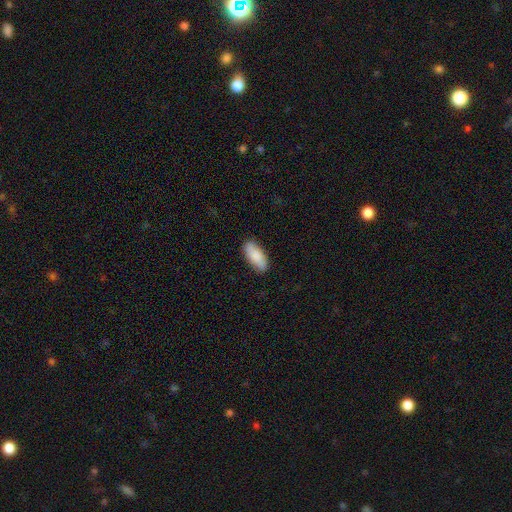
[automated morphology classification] Smooth or featured?
  - smooth: 85% *
  - featured or disk: 10%
  - star or artifact: 6%
How rounded?
  - in between: 82% *
  - cigar-shaped: 16%
  - round: 2%
Merging?
  - none: 85% *
  - minor disturbance: 11%
  - major disturbance: 2%
  - merger: 1%